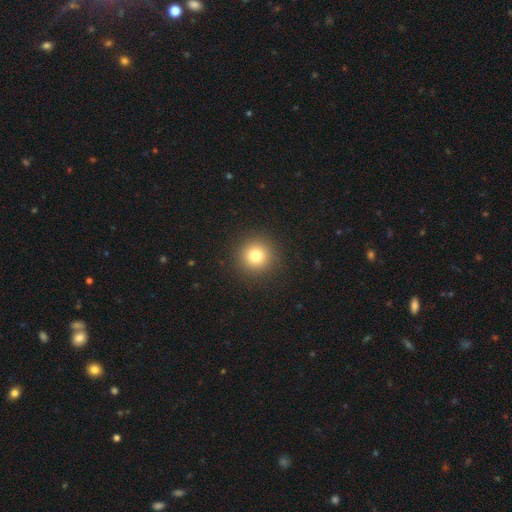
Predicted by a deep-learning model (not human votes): Overall: smooth (79%). How rounded: round (94%). Merging: none (91%).